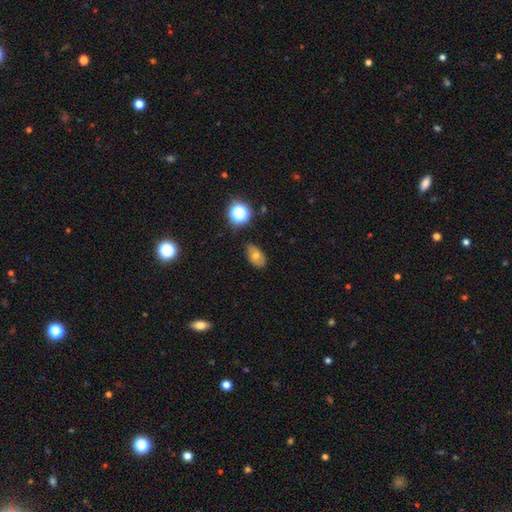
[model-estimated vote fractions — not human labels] Overall: smooth (66%). How rounded: in between (85%). Merging: none (77%).